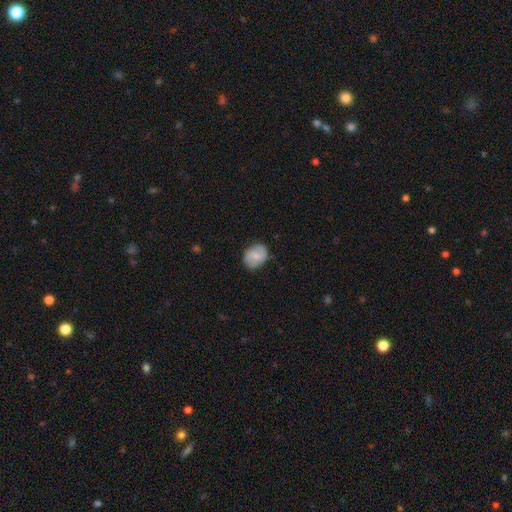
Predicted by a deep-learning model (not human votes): smooth 51%, featured or disk 41%, star or artifact 7%. Down the decision tree: how rounded — in between (59%); merging — none (78%).